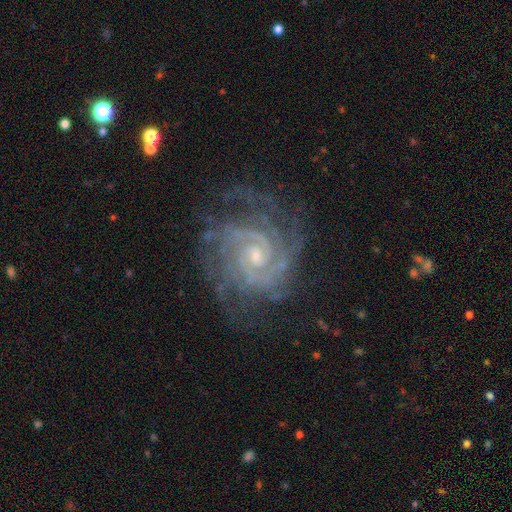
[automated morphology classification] smooth-or-featured: featured or disk: 91% | star or artifact: 6% | smooth: 3%
  disk-edge-on: no: 98% | yes: 2%
    bar: no: 56% | weak: 35% | strong: 9%
    has-spiral-arms: yes: 98% | no: 2%
      spiral-winding: tight: 74% | medium: 23% | loose: 3%
      spiral-arm-count: 2: 36% | 3: 20% | can't tell: 17% | 4: 13% | more than 4: 8% | 1: 7%
    bulge-size: small: 58% | moderate: 37% | none: 2% | large: 1% | dominant: 1%
  merging: none: 74% | minor disturbance: 17% | major disturbance: 8% | merger: 1%